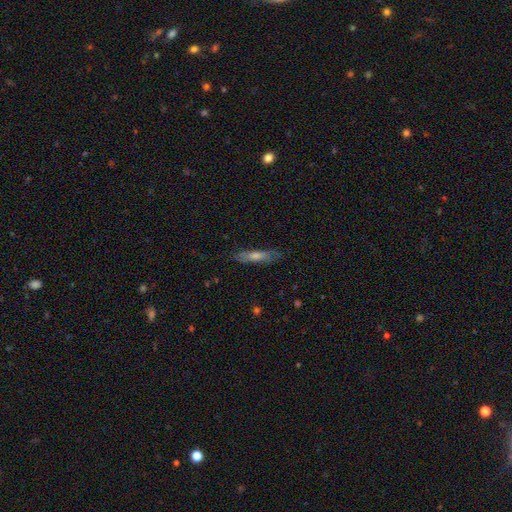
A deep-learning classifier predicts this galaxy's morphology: Smooth or featured: smooth — 46% (featured or disk — 45%)
Merging: none — 81% (minor disturbance — 14%)